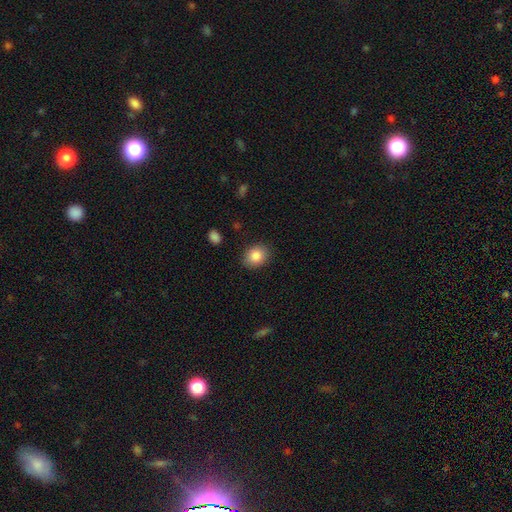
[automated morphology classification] Smooth or featured? Predicted: smooth (p=0.86). How rounded? Predicted: round (p=0.52). Merging? Predicted: none (p=0.87).